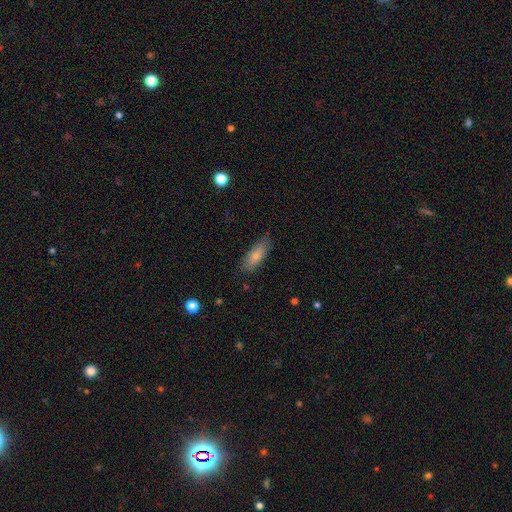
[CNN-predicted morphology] smooth 78%, featured or disk 16%, star or artifact 6%. Down the decision tree: how rounded — in between (62%); merging — none (79%).